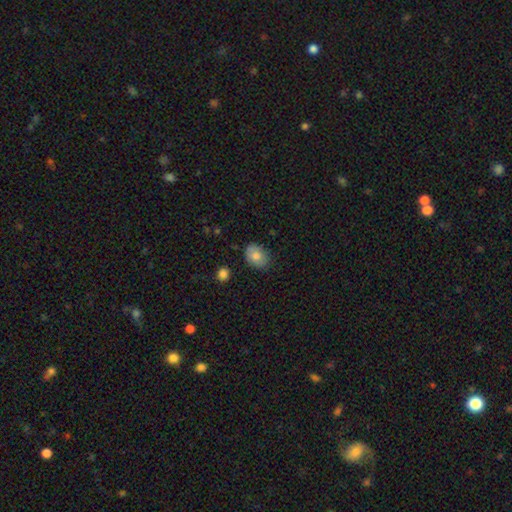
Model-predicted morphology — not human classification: Smooth or featured: smooth — 79% (featured or disk — 13%)
How rounded: in between — 72% (round — 27%)
Merging: none — 78% (minor disturbance — 18%)